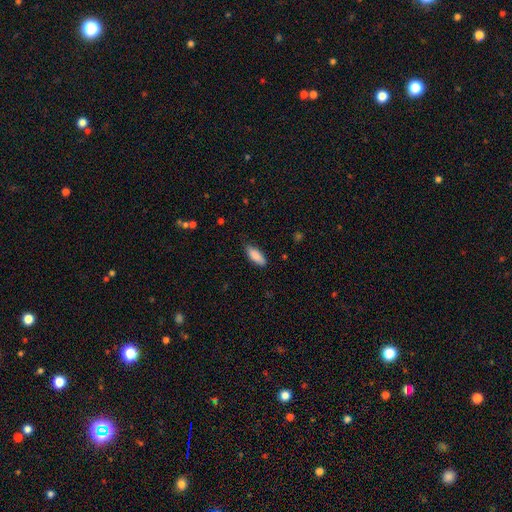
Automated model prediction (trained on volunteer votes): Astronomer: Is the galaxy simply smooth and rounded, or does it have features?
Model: smooth — 88%.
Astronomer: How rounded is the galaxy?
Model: in between — 71%.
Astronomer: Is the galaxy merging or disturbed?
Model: none — 83%.